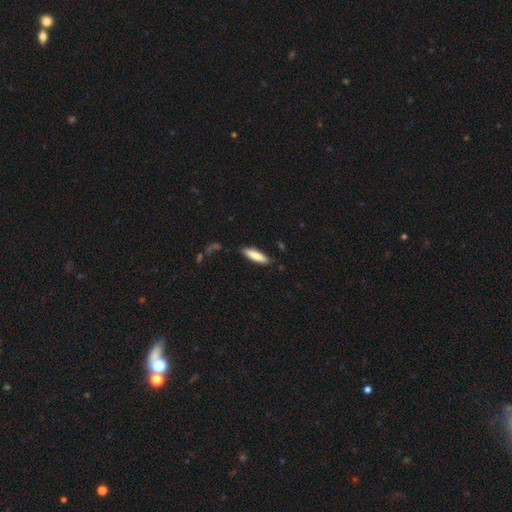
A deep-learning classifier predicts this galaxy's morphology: This appears to be a smooth galaxy with no disk features (81%) that is cigar-shaped (67%). Merging: none (84%).